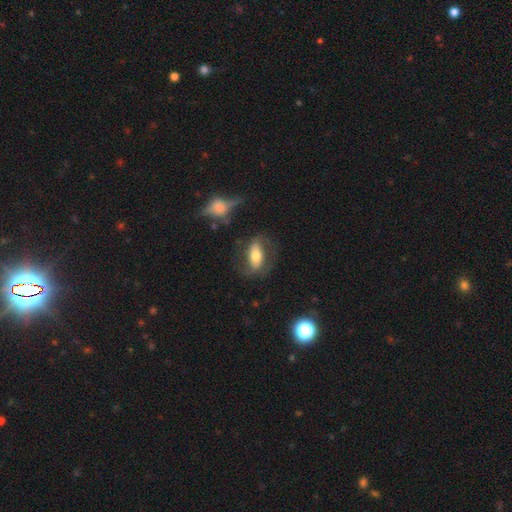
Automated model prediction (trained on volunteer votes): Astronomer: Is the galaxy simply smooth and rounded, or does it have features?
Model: featured or disk — 46%, tied with smooth at 46%.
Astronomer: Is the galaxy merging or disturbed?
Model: none — 62%.